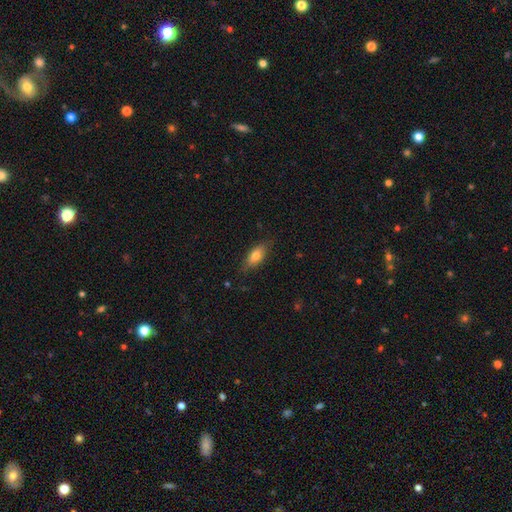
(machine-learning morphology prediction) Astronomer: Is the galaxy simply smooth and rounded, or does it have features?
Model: smooth — 70%.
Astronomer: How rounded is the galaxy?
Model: in between — 74%.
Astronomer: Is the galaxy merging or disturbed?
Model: none — 78%.